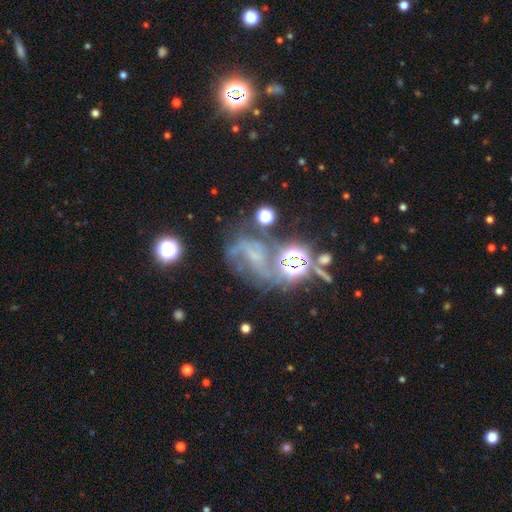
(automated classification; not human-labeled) Morphology: type=featured or disk (60%); edge-on=no (96%); bar=weak (41%); spiral arms=yes (85%); bulge=small (55%); merging=none (45%).